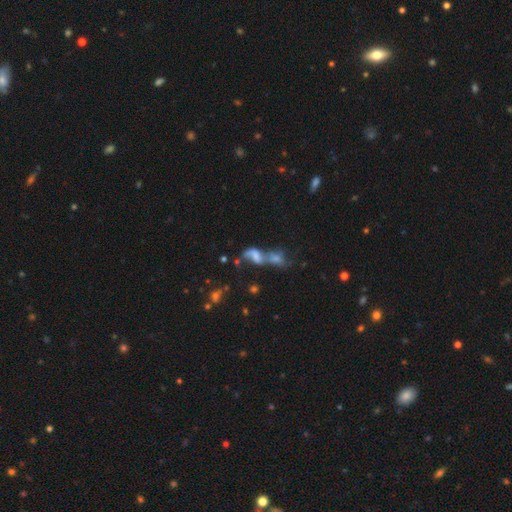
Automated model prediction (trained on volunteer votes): This is possibly a featured or disk galaxy (47%). Merging: likely merger (67%).